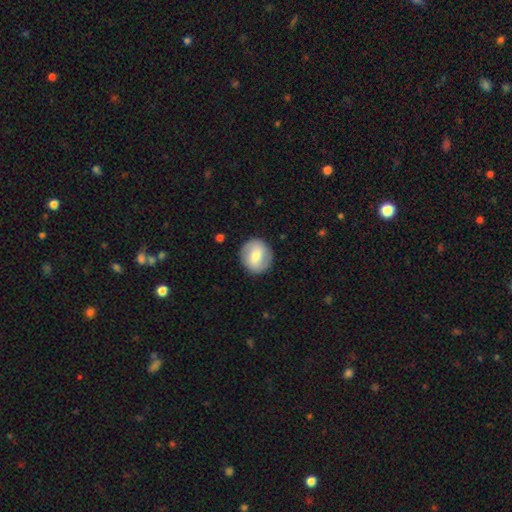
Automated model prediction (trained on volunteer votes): The model was most divided on "smooth or featured": smooth: 61%, featured or disk: 32%, star or artifact: 6%. More confident: merging — none (88%); how rounded — round (87%).